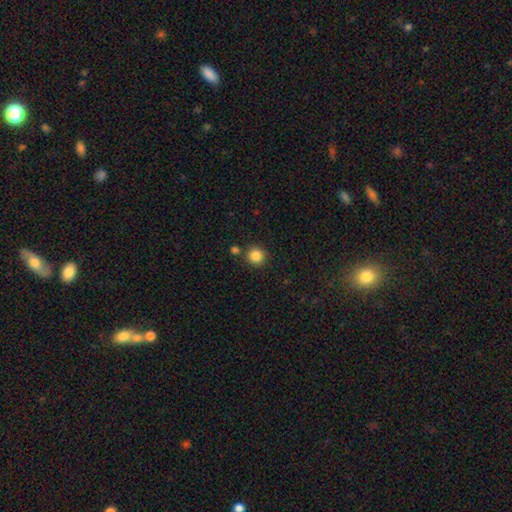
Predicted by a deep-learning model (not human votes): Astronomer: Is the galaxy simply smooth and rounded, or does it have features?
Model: smooth — 85%.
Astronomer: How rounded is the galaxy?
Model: round — 93%.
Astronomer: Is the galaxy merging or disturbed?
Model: none — 82%.